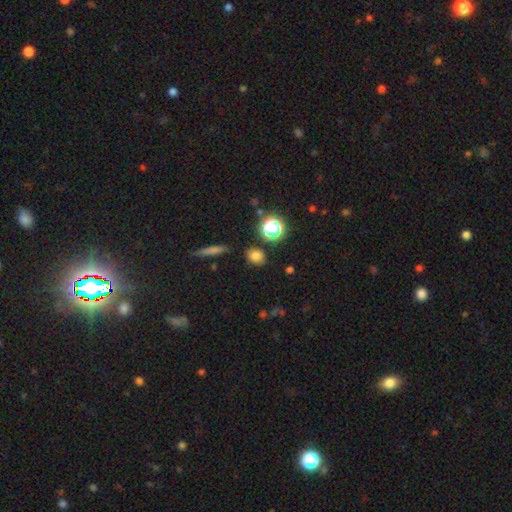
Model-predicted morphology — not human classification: Smooth or featured: smooth — 77% (star or artifact — 17%)
How rounded: round — 57% (in between — 41%)
Merging: none — 83% (minor disturbance — 10%)